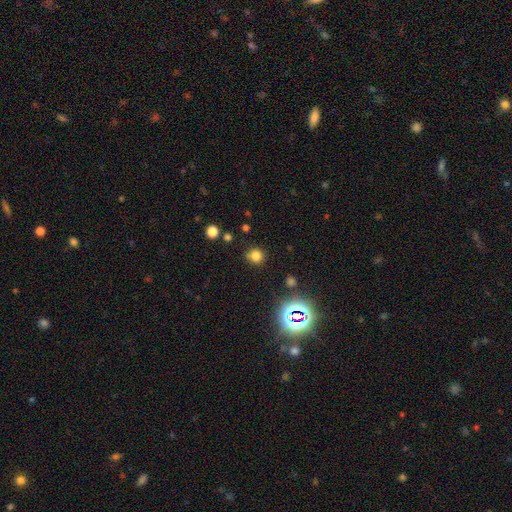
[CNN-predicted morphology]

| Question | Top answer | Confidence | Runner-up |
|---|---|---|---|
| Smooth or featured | smooth | 76% | star or artifact (18%) |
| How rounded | round | 88% | in between (11%) |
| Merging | none | 82% | minor disturbance (11%) |